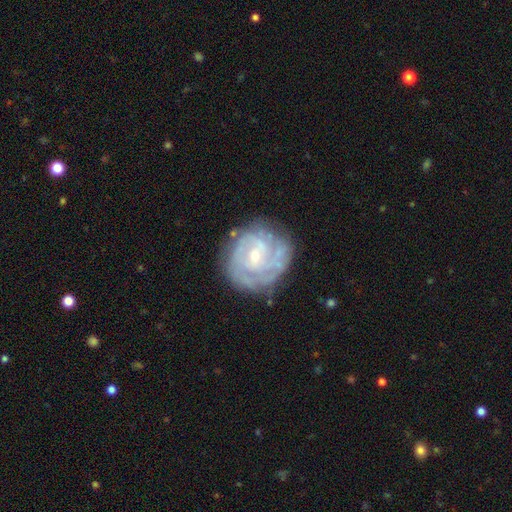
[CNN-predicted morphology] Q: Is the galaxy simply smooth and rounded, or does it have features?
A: featured or disk — 79%.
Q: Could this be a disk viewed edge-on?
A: no — 98%.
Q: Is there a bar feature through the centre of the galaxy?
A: no — 58%.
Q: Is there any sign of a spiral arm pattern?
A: yes — 85%.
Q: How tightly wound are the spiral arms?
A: tight — 67%.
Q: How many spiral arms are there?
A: can't tell — 43%.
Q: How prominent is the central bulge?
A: small — 70%.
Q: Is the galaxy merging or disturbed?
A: none — 71%.